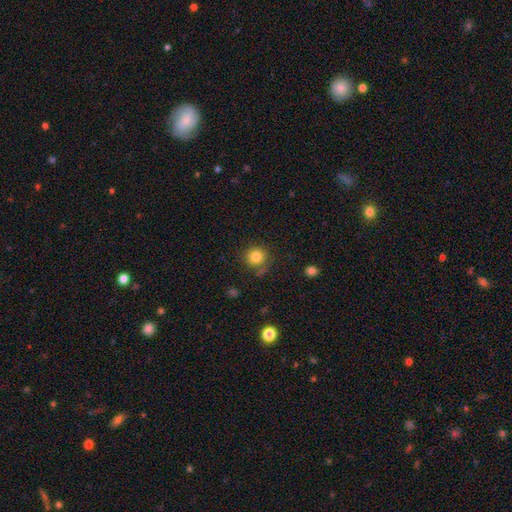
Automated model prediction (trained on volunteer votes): A smooth galaxy with no disk features (82%) that is round (91%).

Vote fractions:
- Smooth or featured? smooth: 82% / star or artifact: 12% / featured or disk: 6%
- How rounded? round: 91% / in between: 8% / cigar-shaped: 1%
- Merging? none: 78% / minor disturbance: 12% / merger: 5% / major disturbance: 4%